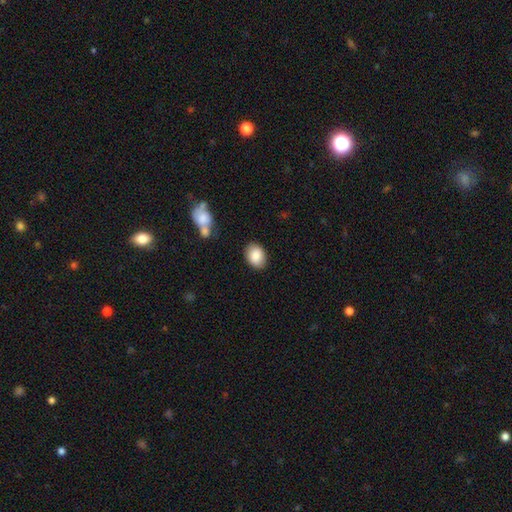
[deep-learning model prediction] A smooth galaxy with no disk features (87%) that is in between round and cigar-shaped (76%). Merging: none (84%).